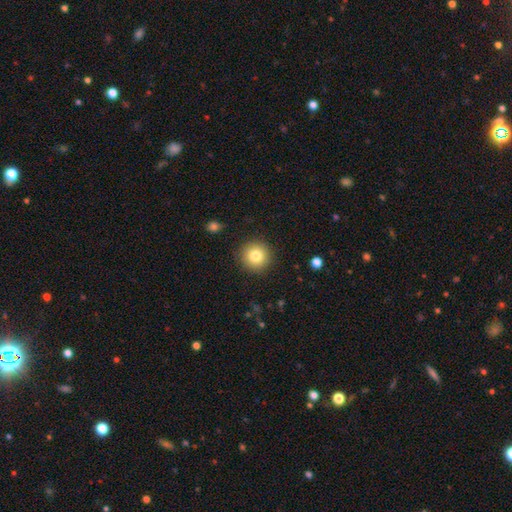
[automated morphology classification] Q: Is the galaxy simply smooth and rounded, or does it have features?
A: smooth — 80%.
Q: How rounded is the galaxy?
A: round — 95%.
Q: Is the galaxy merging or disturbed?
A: none — 91%.